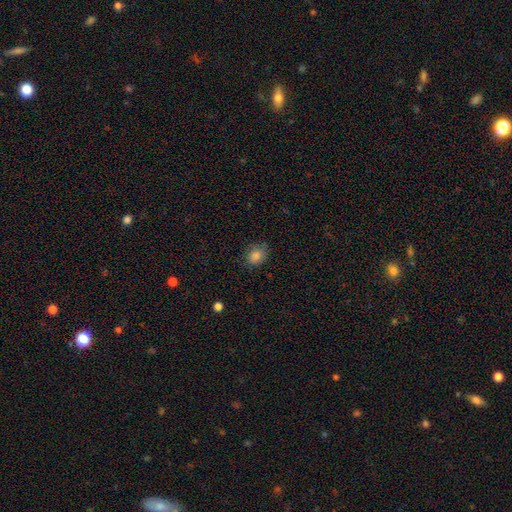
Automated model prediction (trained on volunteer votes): This appears to be a smooth galaxy with no disk features (83%) that is round (58%). Merging: none (74%).